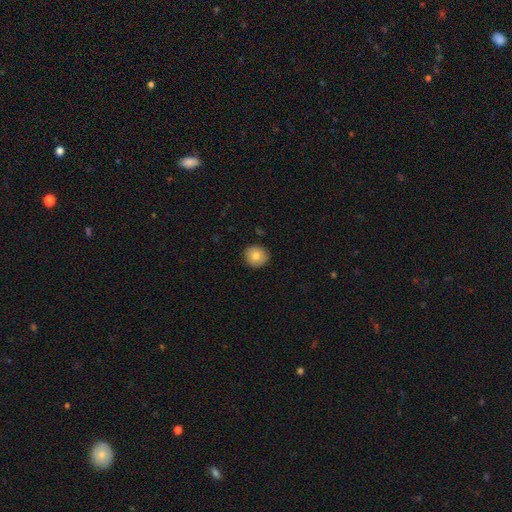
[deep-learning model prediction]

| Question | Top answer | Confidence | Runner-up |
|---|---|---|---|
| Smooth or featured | smooth | 79% | featured or disk (13%) |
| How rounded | round | 91% | in between (8%) |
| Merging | none | 90% | minor disturbance (7%) |